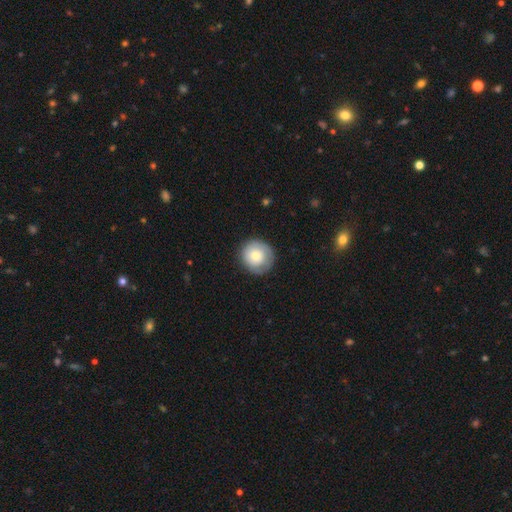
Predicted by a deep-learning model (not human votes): Smooth or featured?
  - smooth: 65% *
  - featured or disk: 28%
  - star or artifact: 7%
How rounded?
  - round: 91% *
  - in between: 8%
  - cigar-shaped: 1%
Merging?
  - none: 80% *
  - minor disturbance: 14%
  - major disturbance: 4%
  - merger: 1%